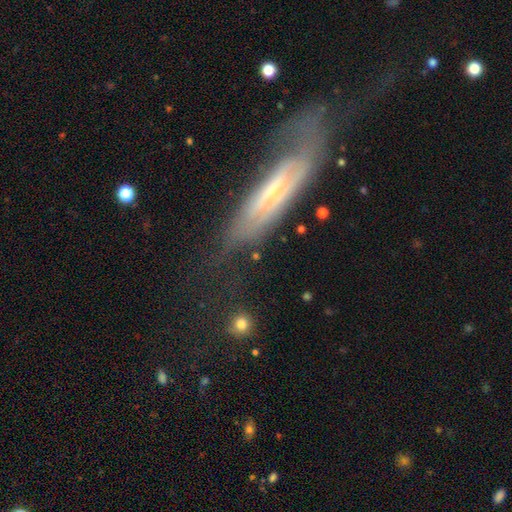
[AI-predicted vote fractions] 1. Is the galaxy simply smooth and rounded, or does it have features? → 47% featured or disk, 40% smooth, 13% star or artifact.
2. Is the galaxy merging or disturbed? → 67% none, 19% minor disturbance, 9% major disturbance, 4% merger.